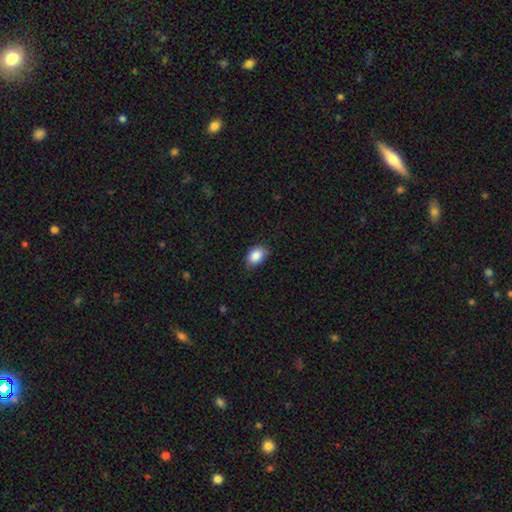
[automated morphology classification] This is clearly a smooth galaxy (88%). How rounded: likely in between (80%). Merging: likely none (77%).